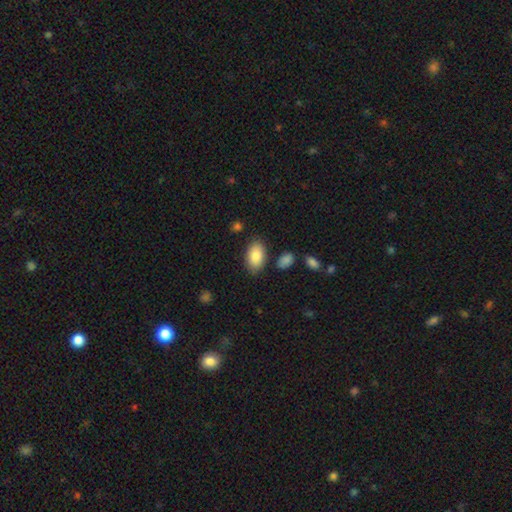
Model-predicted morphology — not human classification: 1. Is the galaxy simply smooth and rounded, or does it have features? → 87% smooth, 7% featured or disk, 6% star or artifact.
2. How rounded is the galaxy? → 93% in between, 5% round, 1% cigar-shaped.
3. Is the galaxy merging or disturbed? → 81% none, 13% minor disturbance, 3% merger, 3% major disturbance.